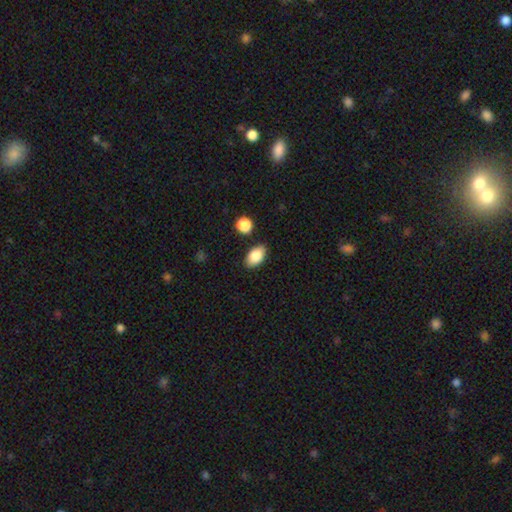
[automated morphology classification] Q: Smooth or featured?
A: smooth (85%); runner-up: star or artifact (8%)
Q: How rounded?
A: in between (91%); runner-up: round (8%)
Q: Merging?
A: none (83%); runner-up: minor disturbance (11%)